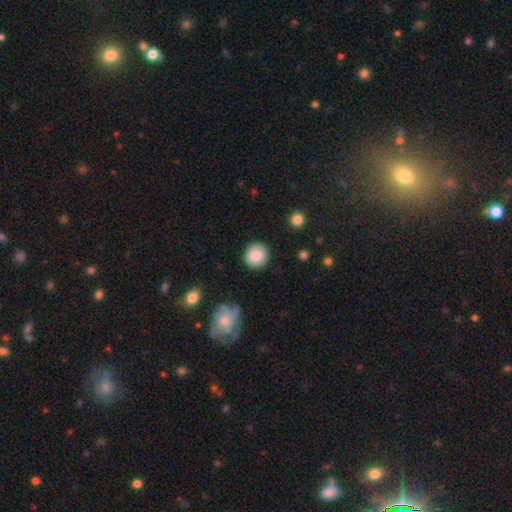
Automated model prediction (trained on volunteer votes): smooth 87%, star or artifact 7%, featured or disk 5%. Down the decision tree: how rounded — round (91%); merging — none (89%).